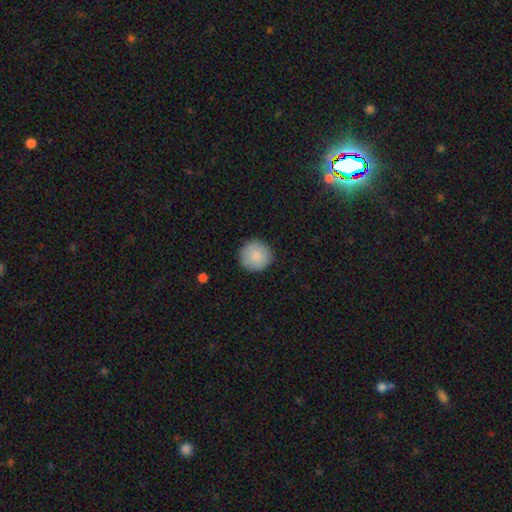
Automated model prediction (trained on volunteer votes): Smooth or featured? Predicted: smooth (p=0.87). How rounded? Predicted: round (p=0.95). Merging? Predicted: none (p=0.90).